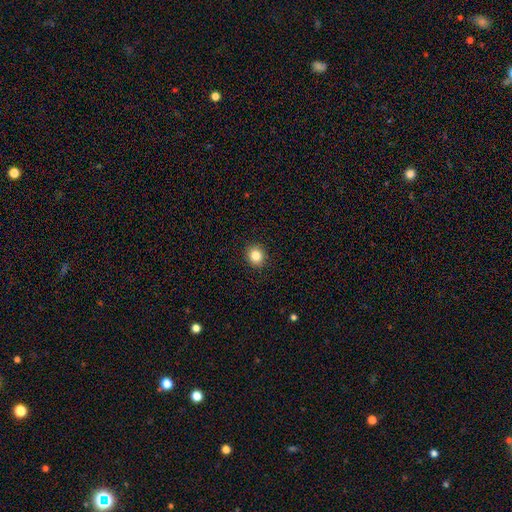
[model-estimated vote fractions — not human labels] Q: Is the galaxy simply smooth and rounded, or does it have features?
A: smooth — 84%.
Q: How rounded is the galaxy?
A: round — 79%.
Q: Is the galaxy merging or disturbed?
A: none — 91%.